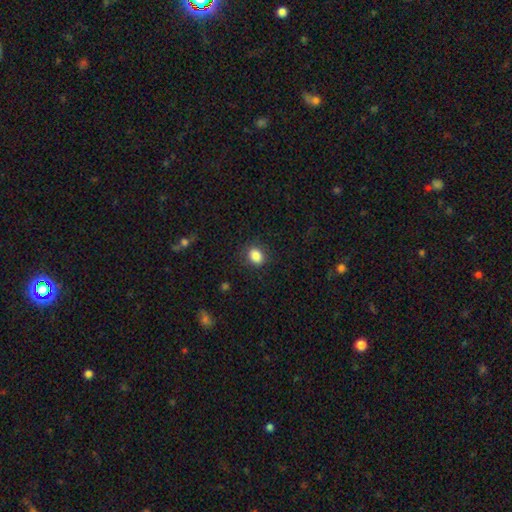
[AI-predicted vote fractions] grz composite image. It shows a smooth galaxy with no disk features (86%) that is round (53%). Merging: none (84%).